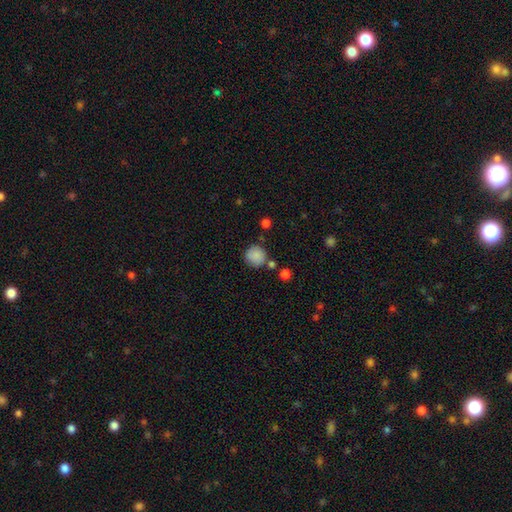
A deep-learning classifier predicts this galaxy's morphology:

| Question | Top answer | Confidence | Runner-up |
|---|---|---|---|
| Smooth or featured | smooth | 86% | star or artifact (9%) |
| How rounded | round | 92% | in between (7%) |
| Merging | none | 76% | minor disturbance (12%) |